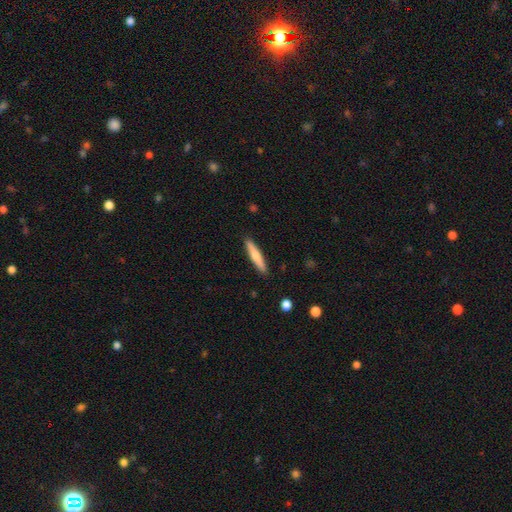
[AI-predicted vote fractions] This is likely a smooth galaxy (67%). How rounded: clearly cigar-shaped (91%). Merging: clearly none (90%).